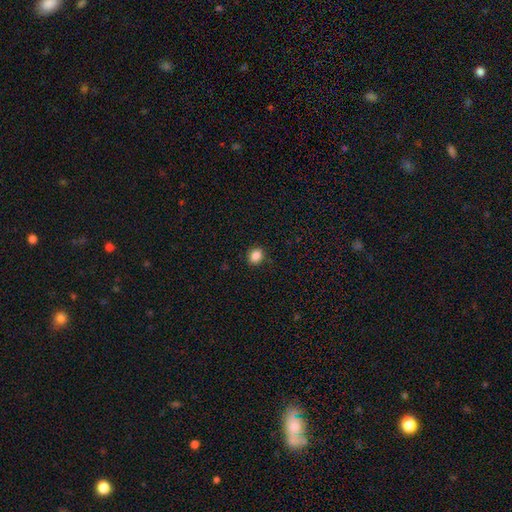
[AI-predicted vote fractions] smooth 86%, star or artifact 10%, featured or disk 4%. Down the decision tree: how rounded — in between (51%); merging — none (88%).